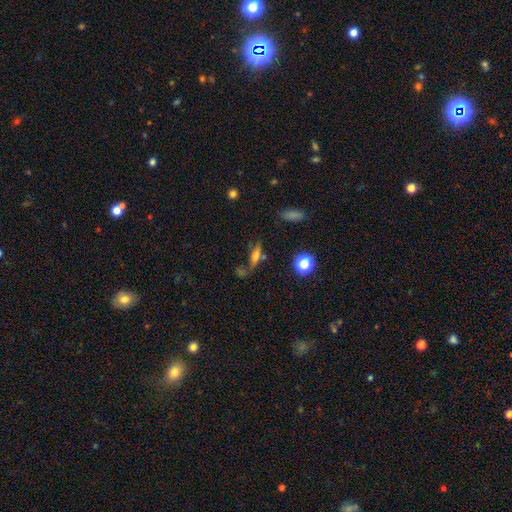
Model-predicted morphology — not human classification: smooth_or_featured: smooth (p=0.51) [alt: featured or disk p=0.33]
how_rounded: cigar-shaped (p=0.49) [alt: in between p=0.42]
merging: none (p=0.52) [alt: minor disturbance p=0.20]